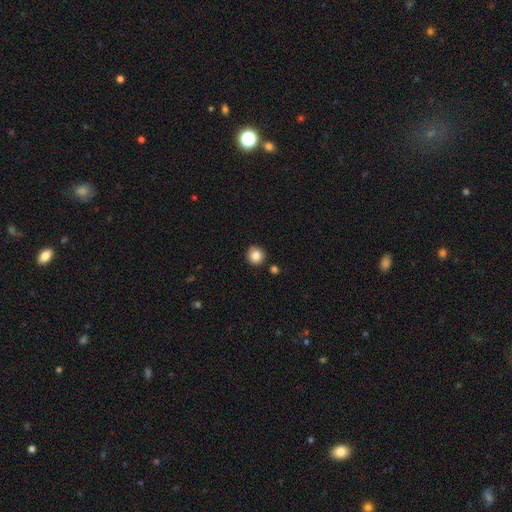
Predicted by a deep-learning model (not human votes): Morphology: type=smooth (84%); roundness=round (93%); merging=none (88%).